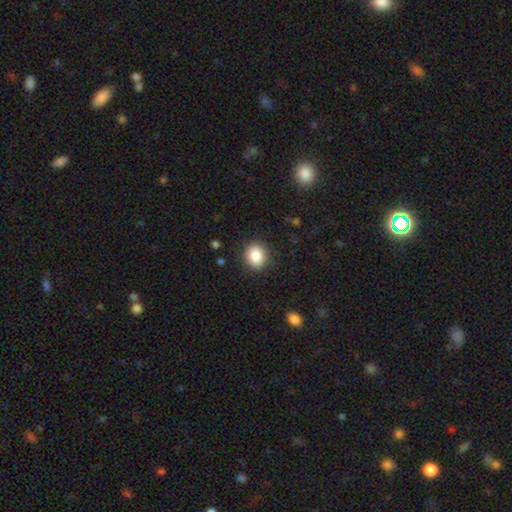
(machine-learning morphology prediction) This is clearly a smooth galaxy (86%). How rounded: likely round (73%). Merging: clearly none (88%).